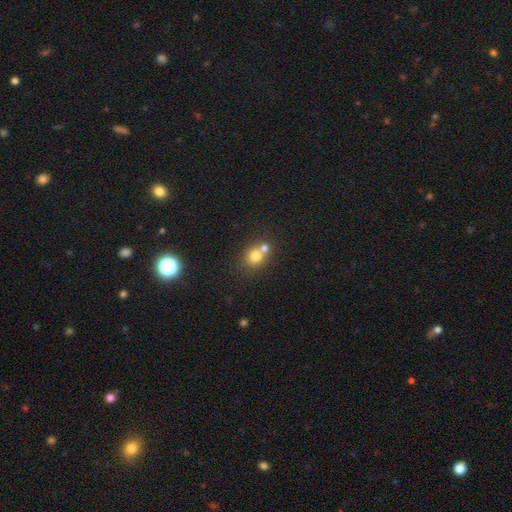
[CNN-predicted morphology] Overall: smooth (75%). How rounded: round (76%). Merging: merger (51%; none 40%).